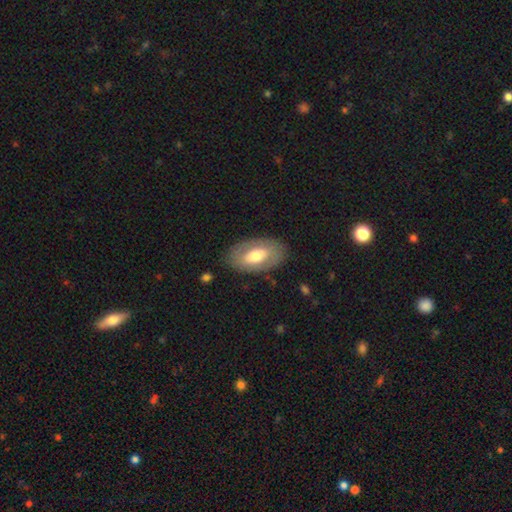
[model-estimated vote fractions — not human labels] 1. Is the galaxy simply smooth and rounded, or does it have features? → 50% smooth, 44% featured or disk, 6% star or artifact.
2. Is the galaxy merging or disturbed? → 82% none, 12% minor disturbance, 4% major disturbance, 1% merger.